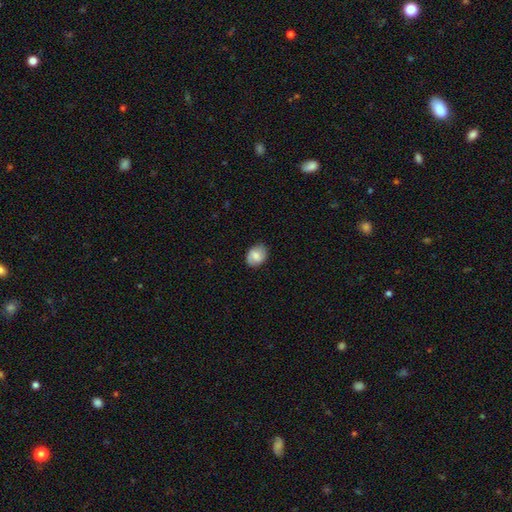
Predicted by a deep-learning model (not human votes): smooth_or_featured: smooth (p=0.73) [alt: featured or disk p=0.19]
how_rounded: in between (p=0.52) [alt: round p=0.47]
merging: none (p=0.82) [alt: minor disturbance p=0.14]